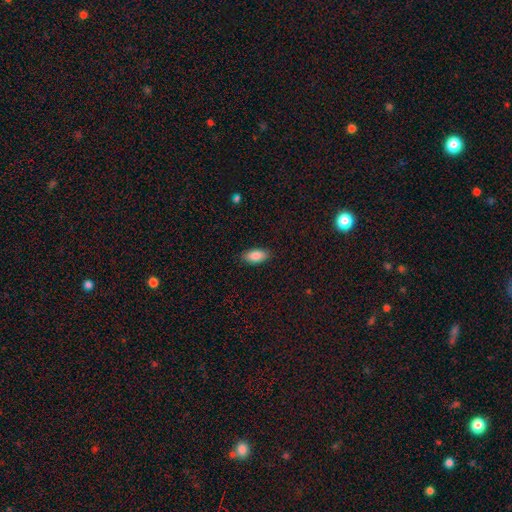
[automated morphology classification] The model was most divided on "merging": none: 87%, minor disturbance: 10%, major disturbance: 2%, merger: 1%. More confident: how rounded — in between (91%); smooth or featured — smooth (87%).